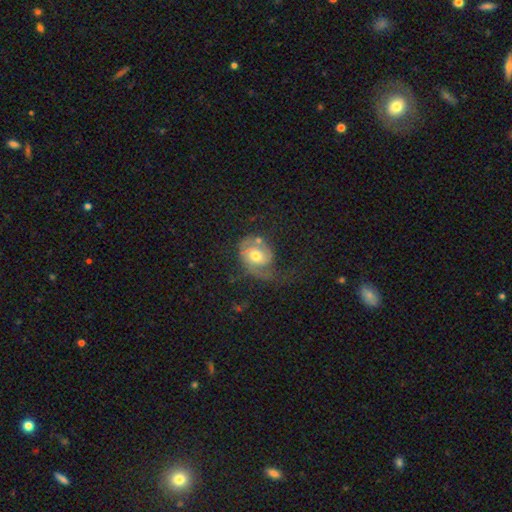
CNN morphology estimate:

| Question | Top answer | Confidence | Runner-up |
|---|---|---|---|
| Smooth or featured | featured or disk | 68% | smooth (23%) |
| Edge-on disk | no | 97% | yes (3%) |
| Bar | no | 70% | weak (25%) |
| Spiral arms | yes | 86% | no (14%) |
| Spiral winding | medium | 39% | tight (36%) |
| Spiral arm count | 2 | 50% | 1 (28%) |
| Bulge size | moderate | 70% | small (19%) |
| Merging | none | 41% | major disturbance (32%) |